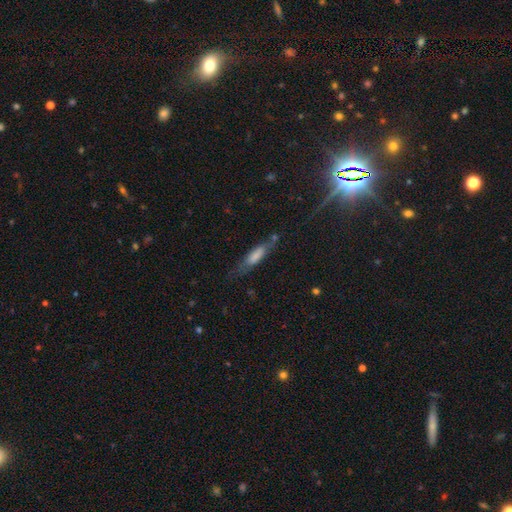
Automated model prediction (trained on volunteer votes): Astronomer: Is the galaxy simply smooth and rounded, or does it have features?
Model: smooth — 64%.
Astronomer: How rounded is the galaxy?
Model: cigar-shaped — 70%.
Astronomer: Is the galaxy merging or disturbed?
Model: none — 61%.